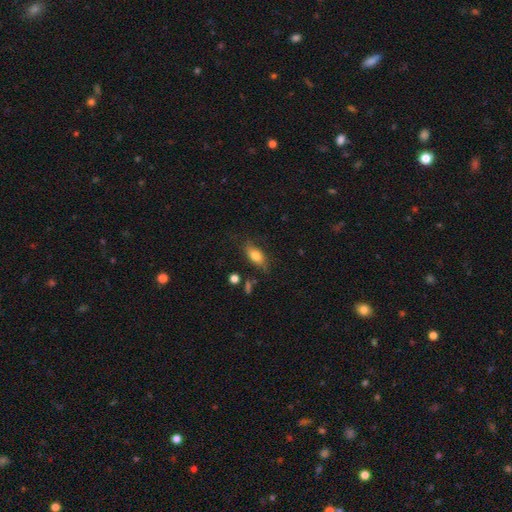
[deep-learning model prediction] Smooth or featured? Predicted: smooth (p=0.73). How rounded? Predicted: in between (p=0.82). Merging? Predicted: none (p=0.72).